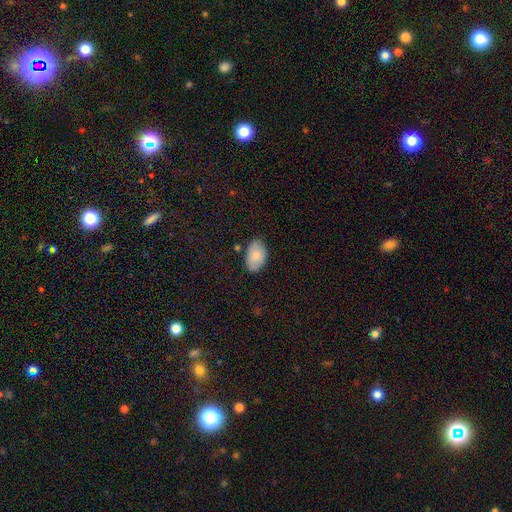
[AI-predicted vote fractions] smooth 78%, featured or disk 15%, star or artifact 7%. Down the decision tree: how rounded — in between (92%); merging — none (79%).